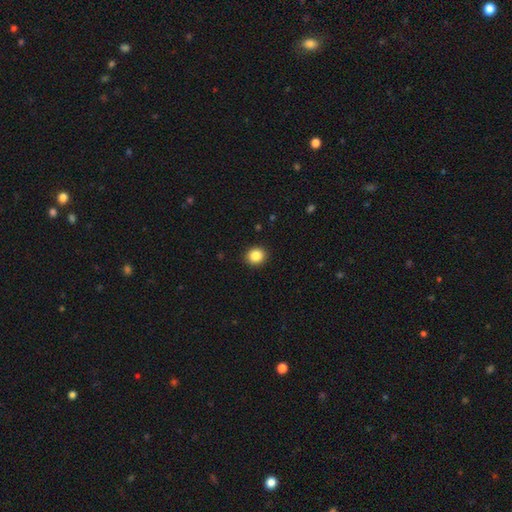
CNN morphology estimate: Overall: smooth (86%). How rounded: round (82%). Merging: none (92%).